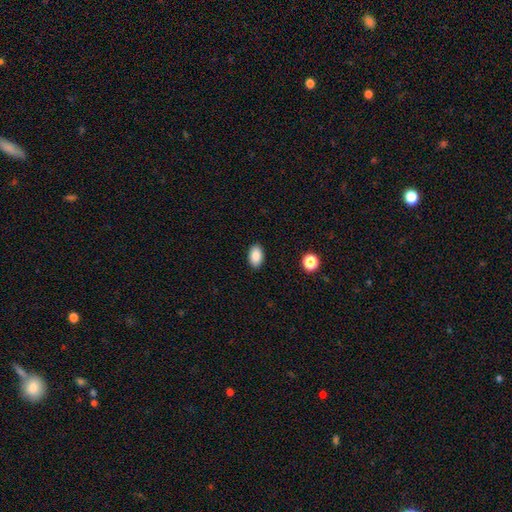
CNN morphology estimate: Q: Smooth or featured?
A: smooth (87%); runner-up: star or artifact (8%)
Q: How rounded?
A: in between (91%); runner-up: round (8%)
Q: Merging?
A: none (89%); runner-up: minor disturbance (8%)